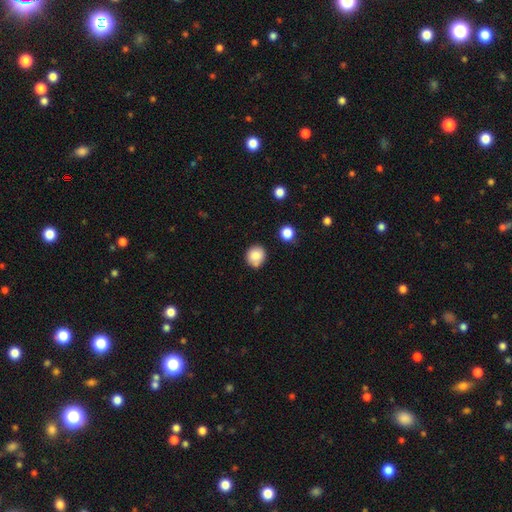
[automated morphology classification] This is clearly a smooth galaxy (84%). How rounded: clearly round (84%). Merging: likely none (75%).